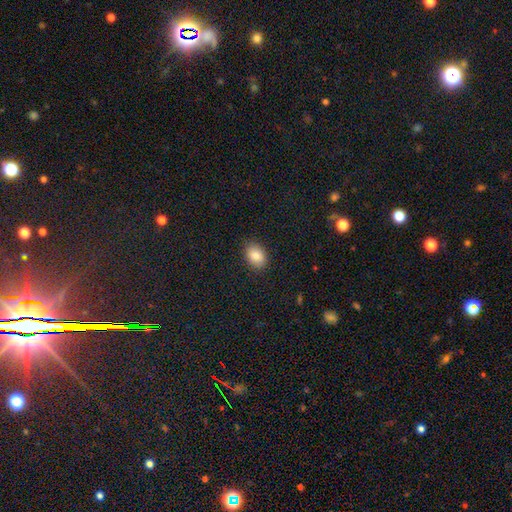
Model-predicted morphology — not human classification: A smooth galaxy with no disk features (86%) that is in between round and cigar-shaped (81%).

Vote fractions:
- Smooth or featured? smooth: 86% / star or artifact: 8% / featured or disk: 6%
- How rounded? in between: 81% / round: 18% / cigar-shaped: 1%
- Merging? none: 86% / minor disturbance: 11% / major disturbance: 2% / merger: 1%